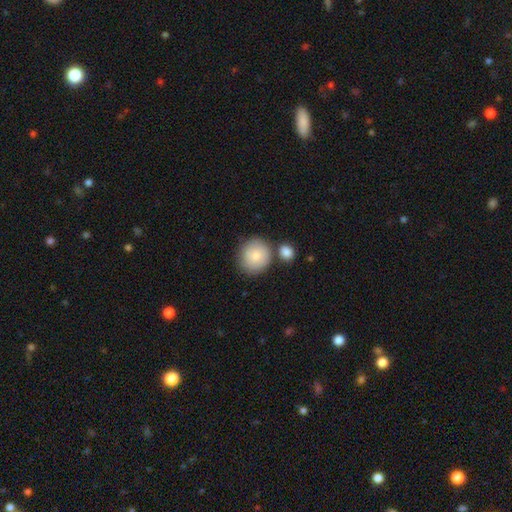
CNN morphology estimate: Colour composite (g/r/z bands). It shows a smooth galaxy with no disk features (82%) that is round (87%). Merging: none (67%).